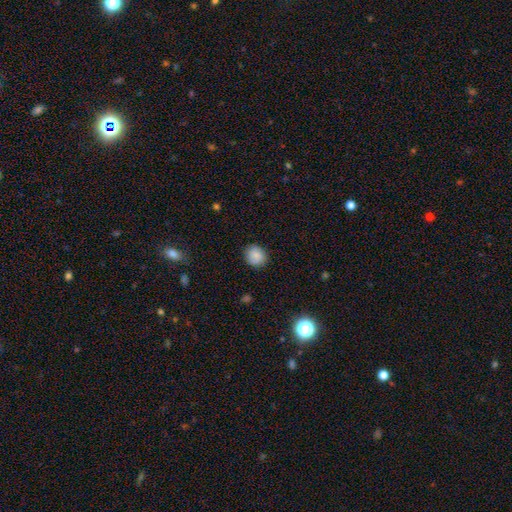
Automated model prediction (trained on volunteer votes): Overall: smooth (85%). How rounded: round (82%). Merging: none (87%).